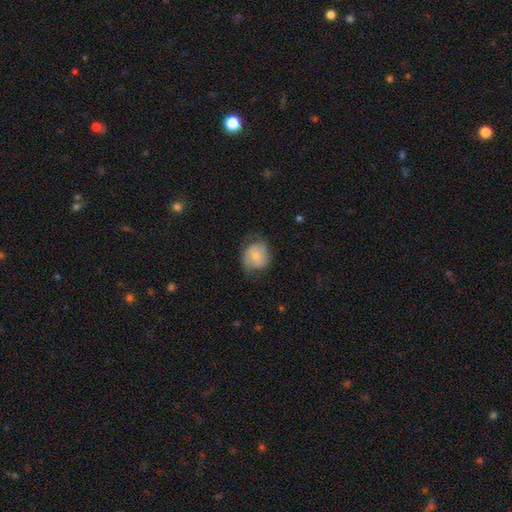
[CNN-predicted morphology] Smooth or featured? Predicted: smooth (p=0.60). How rounded? Predicted: round (p=0.69). Merging? Predicted: none (p=0.62).